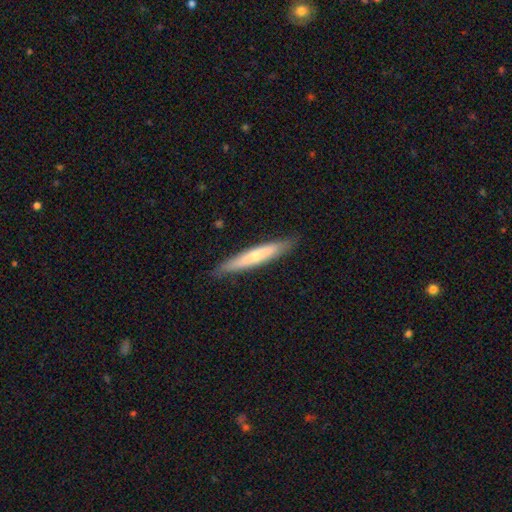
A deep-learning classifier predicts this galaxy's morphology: The model was most divided on "smooth or featured": smooth: 54%, featured or disk: 41%, star or artifact: 5%. More confident: how rounded — cigar-shaped (92%); merging — none (88%).